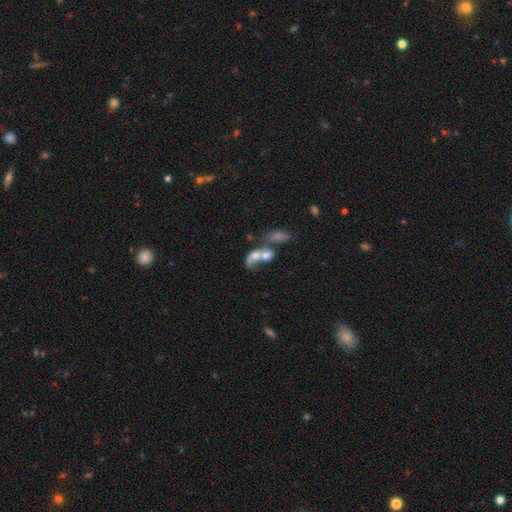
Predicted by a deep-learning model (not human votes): A smooth galaxy with no disk features (54%) that is in between round and cigar-shaped (73%).

Vote fractions:
- Smooth or featured? smooth: 54% / featured or disk: 35% / star or artifact: 11%
- How rounded? in between: 73% / round: 23% / cigar-shaped: 5%
- Merging? merger: 73% / major disturbance: 11% / none: 10% / minor disturbance: 6%